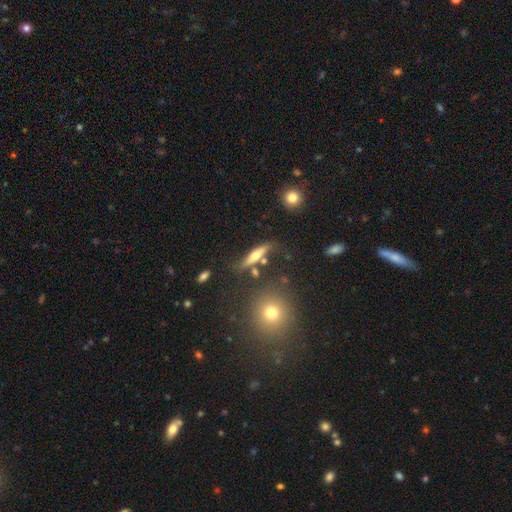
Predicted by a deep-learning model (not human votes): Smooth or featured: featured or disk — 52% (smooth — 38%)
Edge-on disk: yes — 85% (no — 15%)
Merging: none — 66% (minor disturbance — 16%)